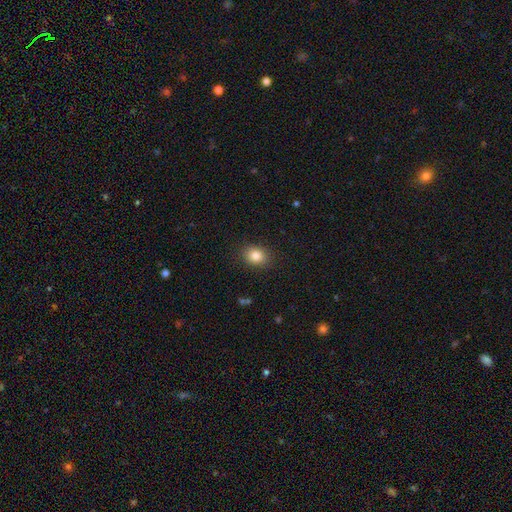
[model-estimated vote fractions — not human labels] Overall: smooth (84%). How rounded: in between (52%; round 47%). Merging: none (88%).